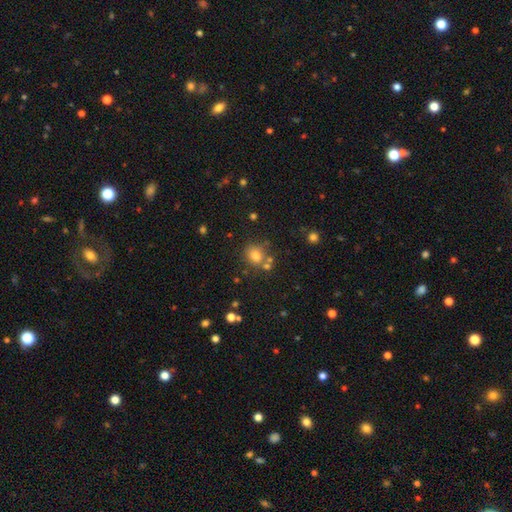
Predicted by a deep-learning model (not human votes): smooth 75%, star or artifact 15%, featured or disk 9%. Down the decision tree: how rounded — round (79%); merging — none (67%).